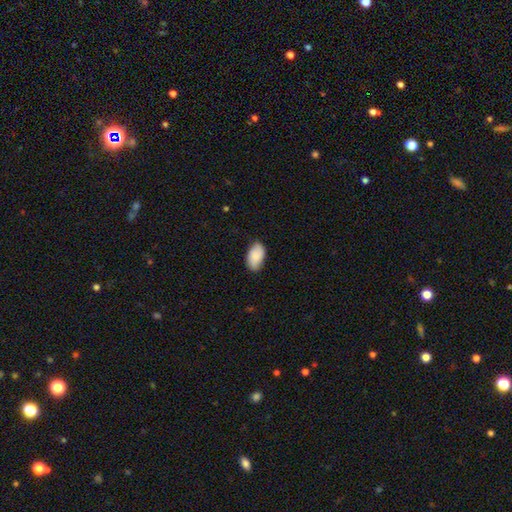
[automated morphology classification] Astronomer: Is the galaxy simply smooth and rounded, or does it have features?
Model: smooth — 86%.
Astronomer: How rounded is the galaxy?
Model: in between — 95%.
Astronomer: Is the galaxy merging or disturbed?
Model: none — 78%.